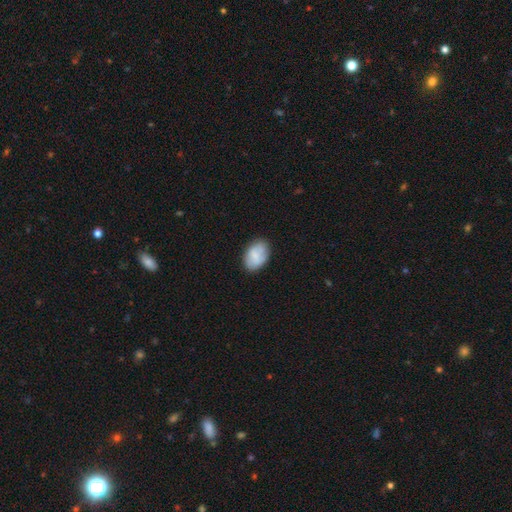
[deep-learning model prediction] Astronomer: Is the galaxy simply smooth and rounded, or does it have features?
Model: smooth — 76%.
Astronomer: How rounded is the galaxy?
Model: in between — 87%.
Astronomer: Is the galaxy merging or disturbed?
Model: none — 80%.